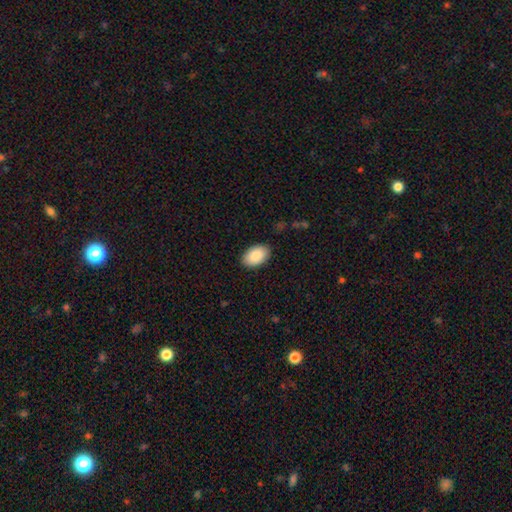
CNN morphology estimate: Smooth or featured?
  - smooth: 89% *
  - star or artifact: 6%
  - featured or disk: 5%
How rounded?
  - in between: 93% *
  - round: 6%
  - cigar-shaped: 1%
Merging?
  - none: 88% *
  - minor disturbance: 9%
  - major disturbance: 2%
  - merger: 1%